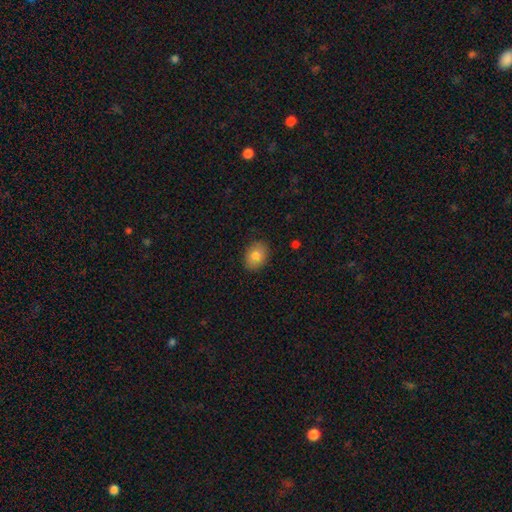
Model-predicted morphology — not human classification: smooth-or-featured: smooth: 83% | featured or disk: 9% | star or artifact: 8%
  how-rounded: in between: 66% | round: 33% | cigar-shaped: 1%
  merging: none: 87% | minor disturbance: 10% | major disturbance: 2% | merger: 1%